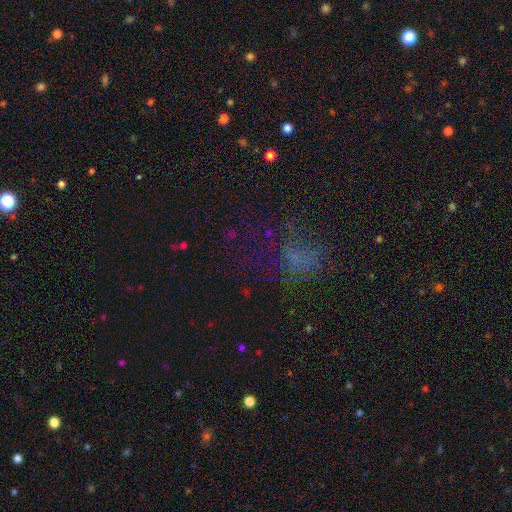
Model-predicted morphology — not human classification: Q: Smooth or featured?
A: star or artifact (46%); runner-up: smooth (32%)